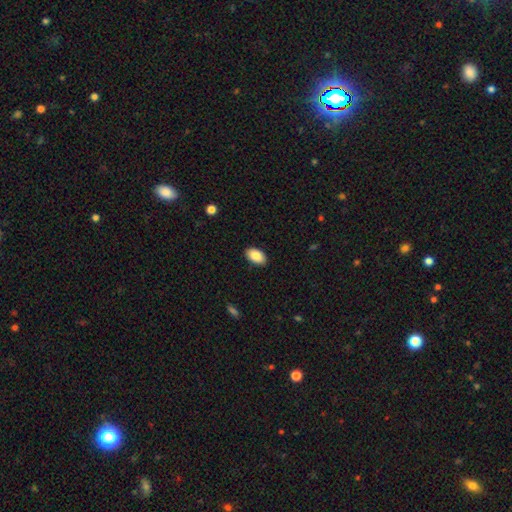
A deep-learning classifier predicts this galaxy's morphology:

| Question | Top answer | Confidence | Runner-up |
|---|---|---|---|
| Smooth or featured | smooth | 88% | star or artifact (7%) |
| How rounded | in between | 94% | round (5%) |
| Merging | none | 89% | minor disturbance (9%) |